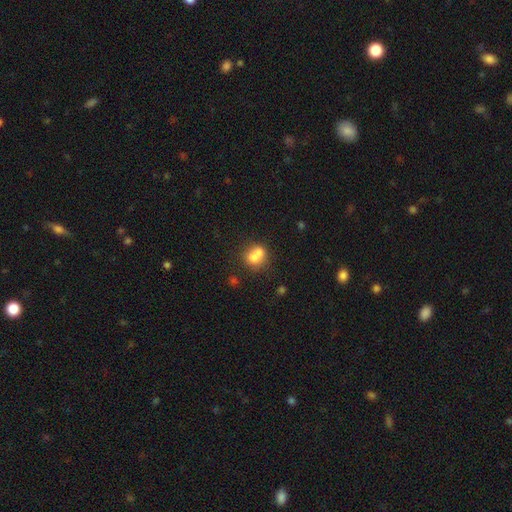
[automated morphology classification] Smooth or featured? smooth (71%)
How rounded? round (64%)
Merging? merger (53%)